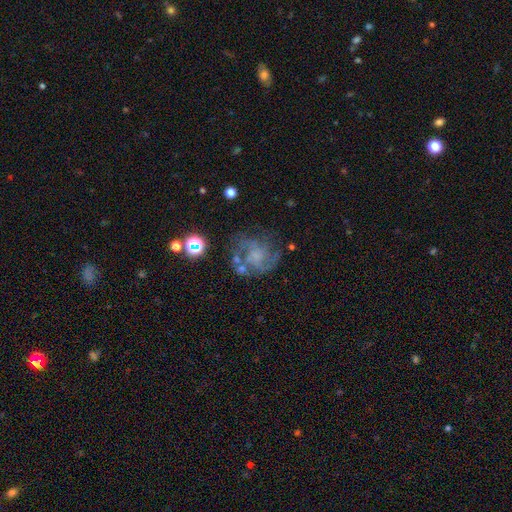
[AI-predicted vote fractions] Overall: featured or disk (68%). Edge-on disk: no (98%). Bar: no (75%). Spiral arms: yes (77%). Spiral arm count: can't tell (33%; 3 24%). Spiral winding: medium (45%; tight 34%). Bulge size: none (53%; small 22%). Merging: none (55%; major disturbance 20%).